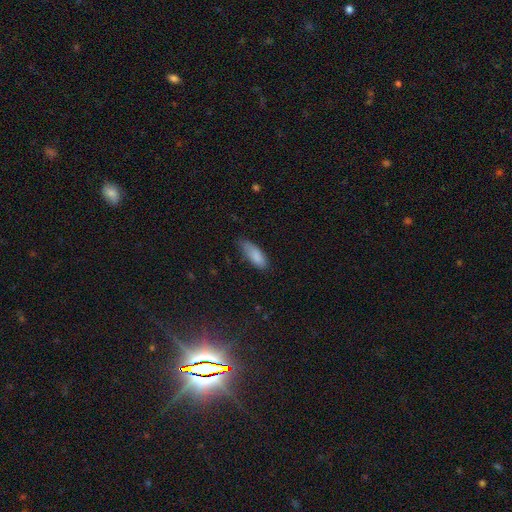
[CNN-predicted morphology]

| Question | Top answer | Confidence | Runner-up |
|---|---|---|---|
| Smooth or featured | smooth | 86% | featured or disk (7%) |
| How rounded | in between | 71% | cigar-shaped (27%) |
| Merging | none | 58% | minor disturbance (33%) |